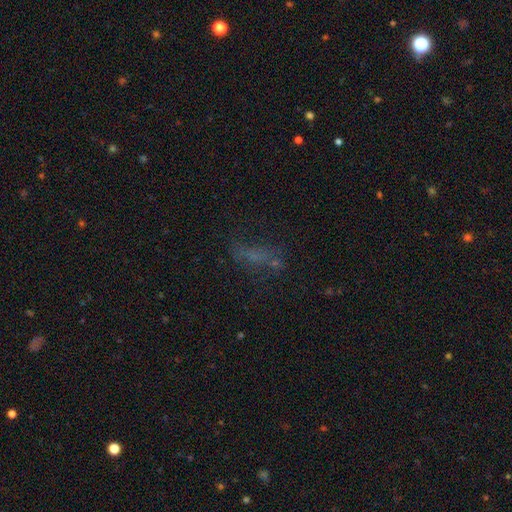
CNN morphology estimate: smooth 44%, star or artifact 29%, featured or disk 27%. Down the decision tree: merging — none (51%).